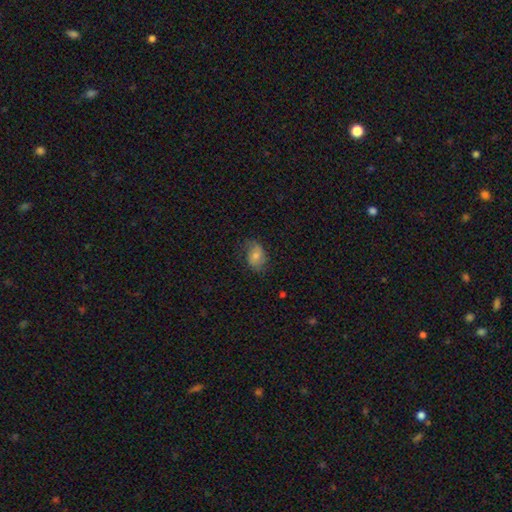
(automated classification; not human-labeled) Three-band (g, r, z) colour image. It shows a smooth galaxy with no disk features (70%) that is in between round and cigar-shaped (76%). Merging: none (65%).